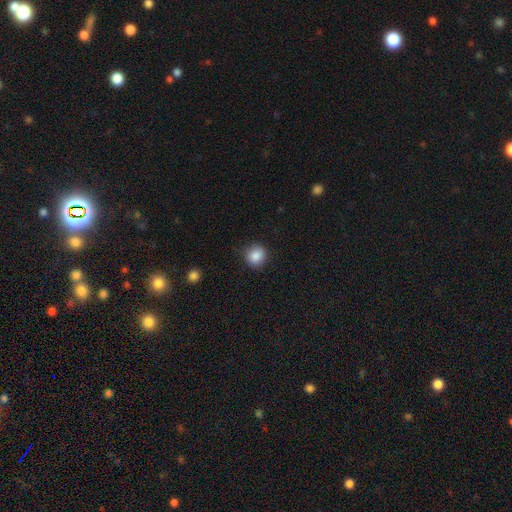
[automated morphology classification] The model was most divided on "merging": none: 86%, minor disturbance: 10%, major disturbance: 3%, merger: 1%. More confident: how rounded — round (90%); smooth or featured — smooth (86%).